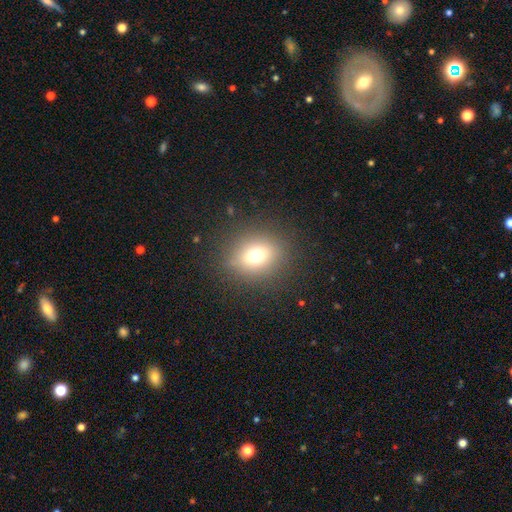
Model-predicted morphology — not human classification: A smooth galaxy with no disk features (70%) that is round (73%). Merging: none (85%).